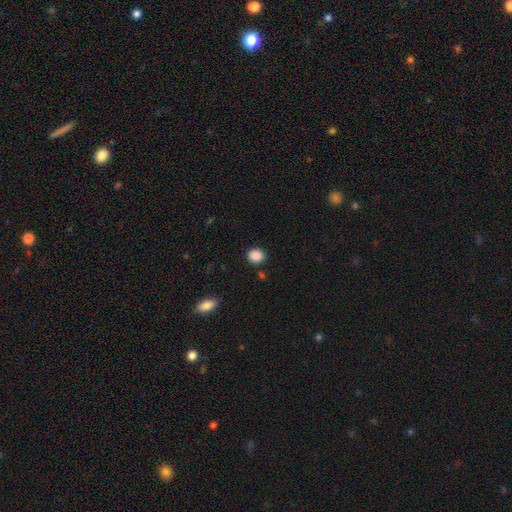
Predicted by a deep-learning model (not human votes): Morphology: type=smooth (88%); roundness=round (74%); merging=none (88%).